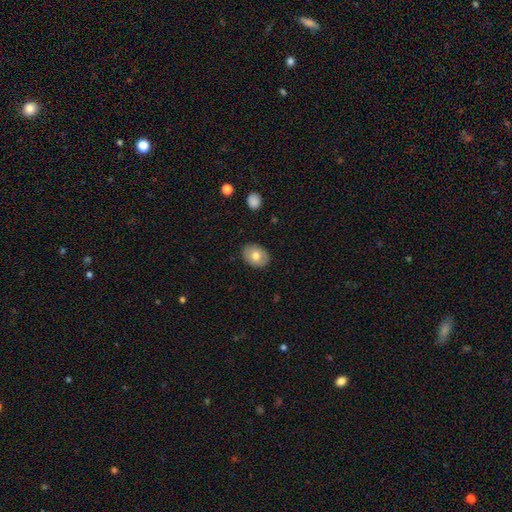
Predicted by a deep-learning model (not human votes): Smooth or featured: smooth — 71% (featured or disk — 22%)
How rounded: in between — 68% (round — 31%)
Merging: none — 86% (minor disturbance — 10%)